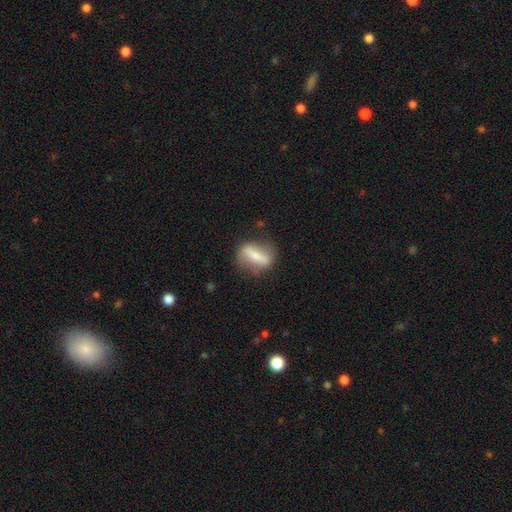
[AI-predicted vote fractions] A featured or disk galaxy (49%). Merging: none (73%).